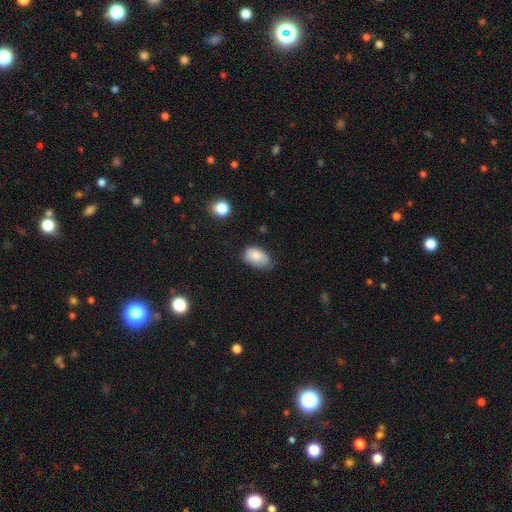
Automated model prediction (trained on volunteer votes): The model was most divided on "merging": none: 50%, minor disturbance: 39%, major disturbance: 9%, merger: 2%. More confident: how rounded — in between (88%); smooth or featured — smooth (82%).